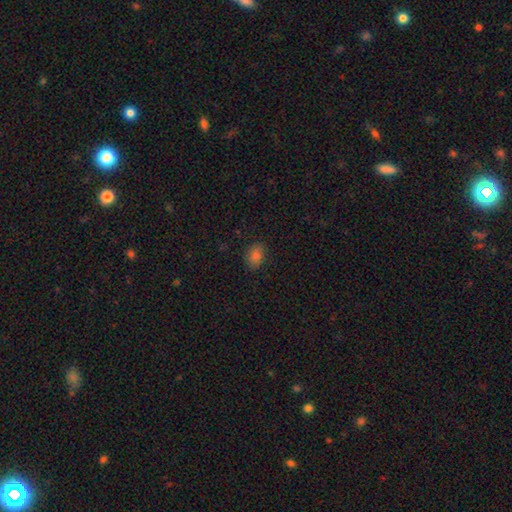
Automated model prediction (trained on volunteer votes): A smooth galaxy with no disk features (81%) that is in between round and cigar-shaped (76%).

Vote fractions:
- Smooth or featured? smooth: 81% / star or artifact: 13% / featured or disk: 6%
- How rounded? in between: 76% / round: 22% / cigar-shaped: 1%
- Merging? none: 85% / minor disturbance: 11% / major disturbance: 2% / merger: 1%